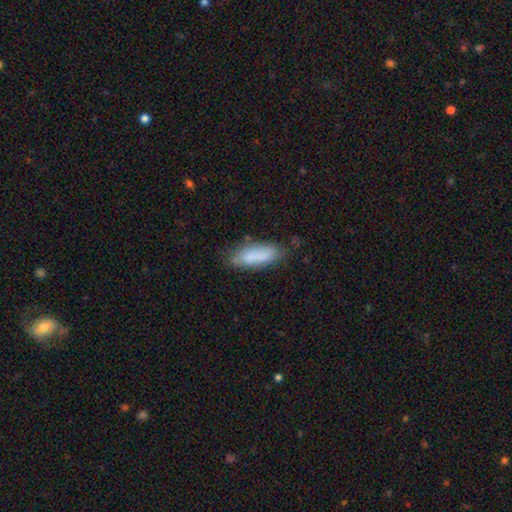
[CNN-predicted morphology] Smooth or featured?
  - smooth: 82% *
  - featured or disk: 11%
  - star or artifact: 7%
How rounded?
  - in between: 58% *
  - cigar-shaped: 40%
  - round: 2%
Merging?
  - none: 72% *
  - minor disturbance: 20%
  - major disturbance: 5%
  - merger: 3%